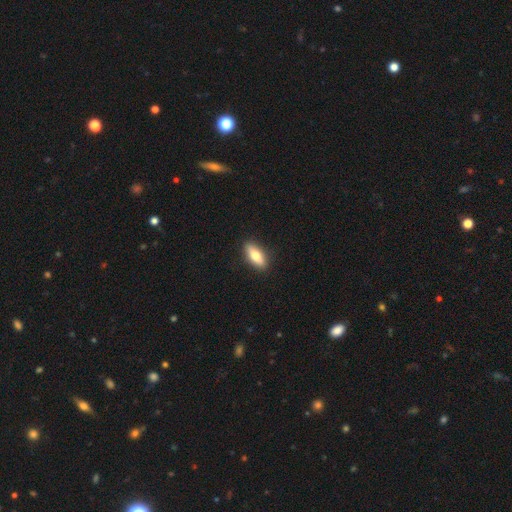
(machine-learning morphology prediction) smooth 70%, featured or disk 24%, star or artifact 6%. Down the decision tree: how rounded — in between (70%); merging — none (89%).